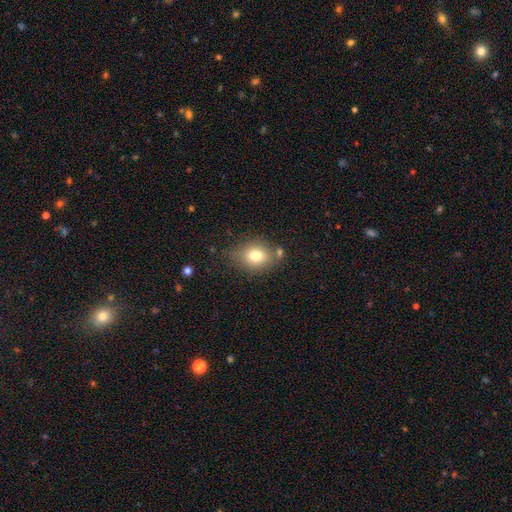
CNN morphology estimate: Smooth or featured? Predicted: smooth (p=0.77). How rounded? Predicted: in between (p=0.55). Merging? Predicted: none (p=0.68).